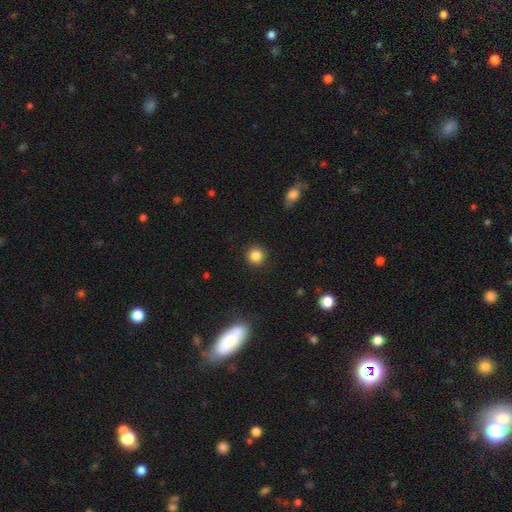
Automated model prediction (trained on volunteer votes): smooth 85%, star or artifact 11%, featured or disk 4%. Down the decision tree: how rounded — round (94%); merging — none (91%).